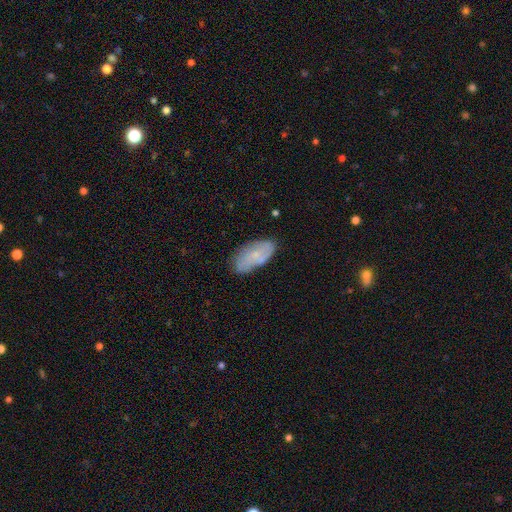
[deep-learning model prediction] smooth-or-featured: smooth: 51% | featured or disk: 41% | star or artifact: 8%
  how-rounded: in between: 91% | cigar-shaped: 6% | round: 3%
  merging: none: 70% | minor disturbance: 22% | major disturbance: 5% | merger: 3%